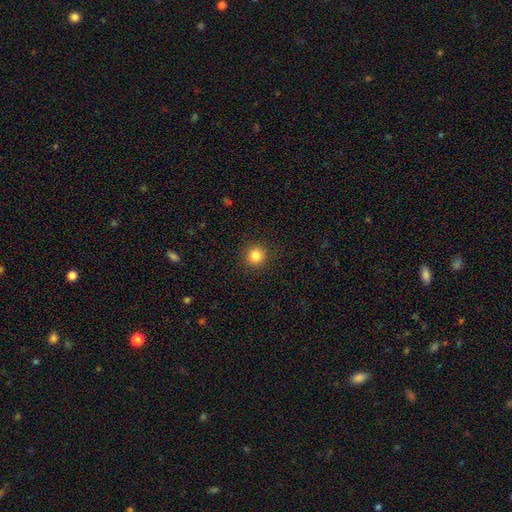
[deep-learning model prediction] This appears to be a smooth galaxy with no disk features (83%) that is round (93%). Merging: none (92%).